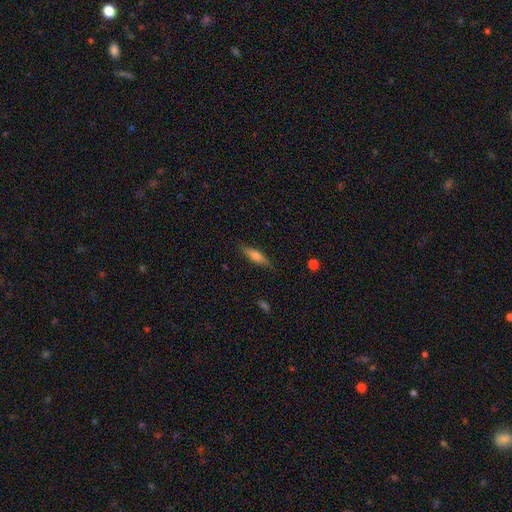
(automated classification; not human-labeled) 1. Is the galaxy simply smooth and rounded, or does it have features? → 57% smooth, 37% featured or disk, 7% star or artifact.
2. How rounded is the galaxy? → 62% cigar-shaped, 36% in between, 3% round.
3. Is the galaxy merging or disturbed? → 83% none, 13% minor disturbance, 3% major disturbance, 1% merger.